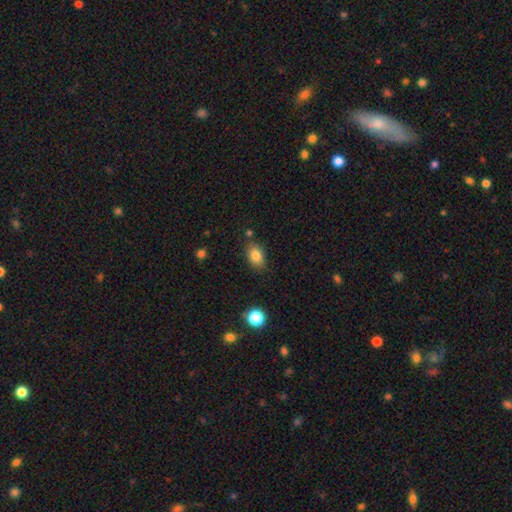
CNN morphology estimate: smooth 83%, star or artifact 10%, featured or disk 7%. Down the decision tree: how rounded — in between (84%); merging — none (80%).